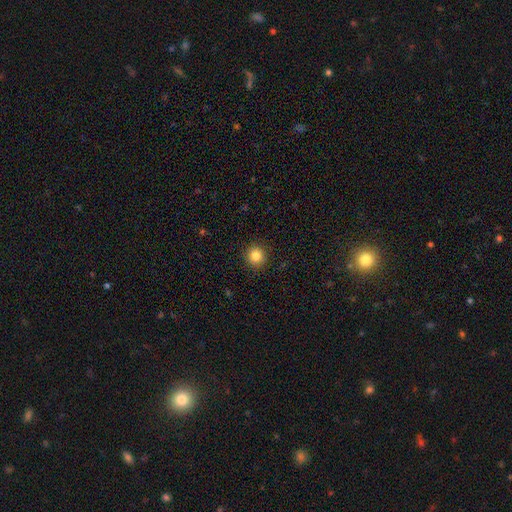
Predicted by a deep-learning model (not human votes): Q: Smooth or featured?
A: smooth (84%); runner-up: star or artifact (11%)
Q: How rounded?
A: round (93%); runner-up: in between (6%)
Q: Merging?
A: none (92%); runner-up: minor disturbance (6%)